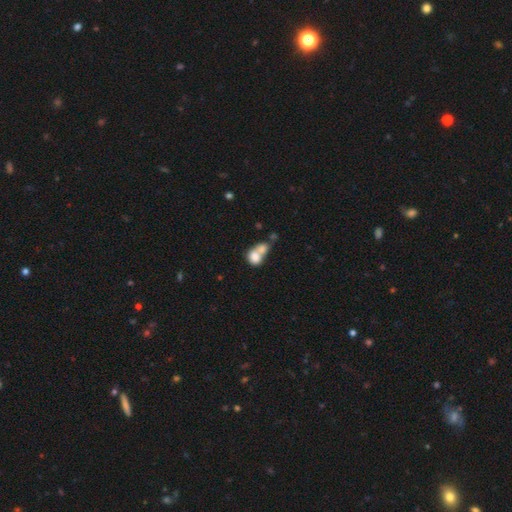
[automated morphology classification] smooth 76%, featured or disk 15%, star or artifact 9%. Down the decision tree: how rounded — in between (52%); merging — merger (68%).